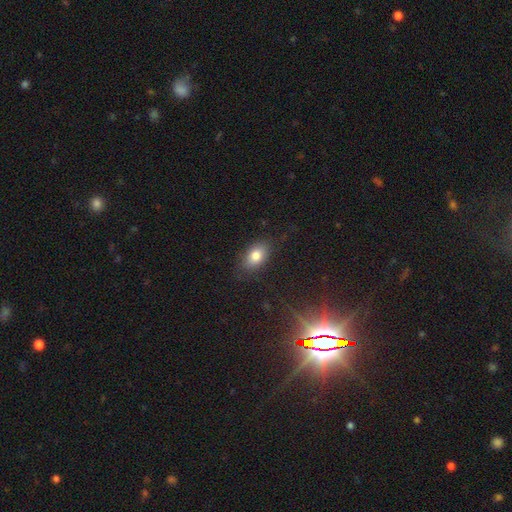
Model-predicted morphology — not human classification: A smooth galaxy with no disk features (80%) that is in between round and cigar-shaped (87%). Merging: none (82%).